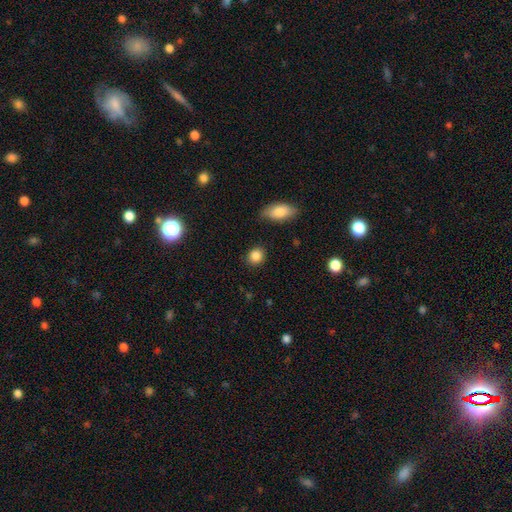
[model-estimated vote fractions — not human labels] Smooth or featured? Predicted: smooth (p=0.87). How rounded? Predicted: round (p=0.69). Merging? Predicted: none (p=0.86).